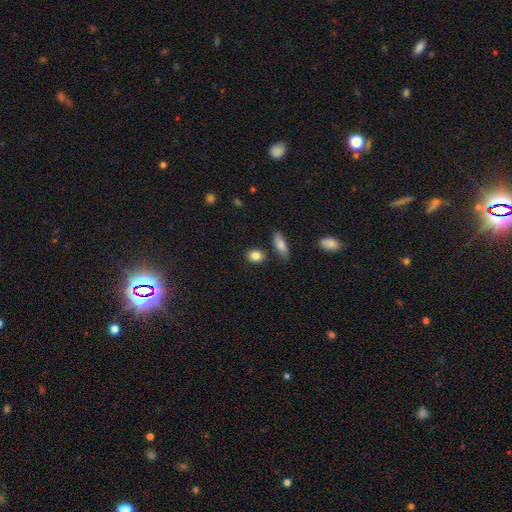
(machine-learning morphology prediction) Q: Smooth or featured?
A: smooth (86%); runner-up: star or artifact (8%)
Q: How rounded?
A: in between (51%); runner-up: round (46%)
Q: Merging?
A: none (79%); runner-up: minor disturbance (11%)